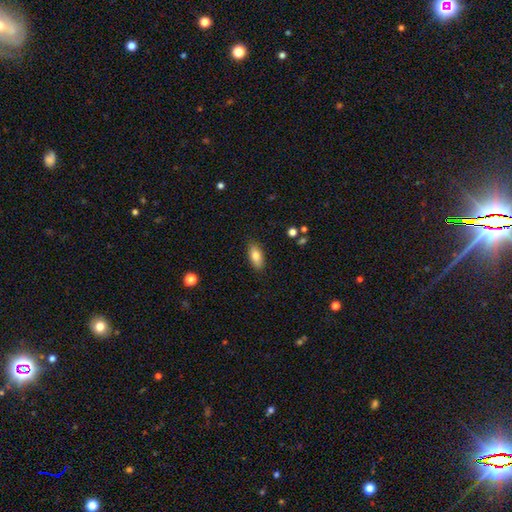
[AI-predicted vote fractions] Q: Smooth or featured?
A: smooth (80%); runner-up: featured or disk (13%)
Q: How rounded?
A: in between (85%); runner-up: cigar-shaped (11%)
Q: Merging?
A: none (86%); runner-up: minor disturbance (11%)